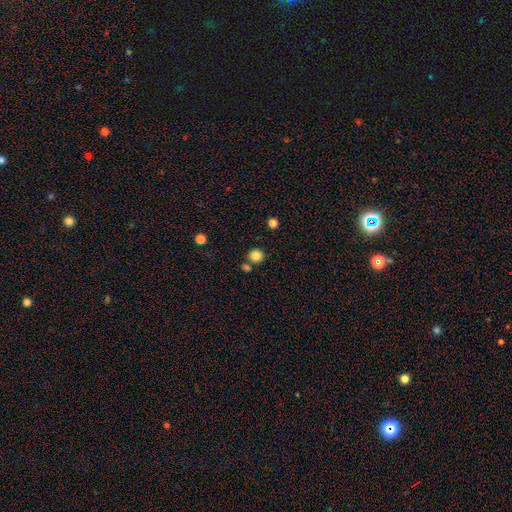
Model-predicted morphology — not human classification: Overall: smooth (84%). How rounded: round (91%). Merging: none (78%).